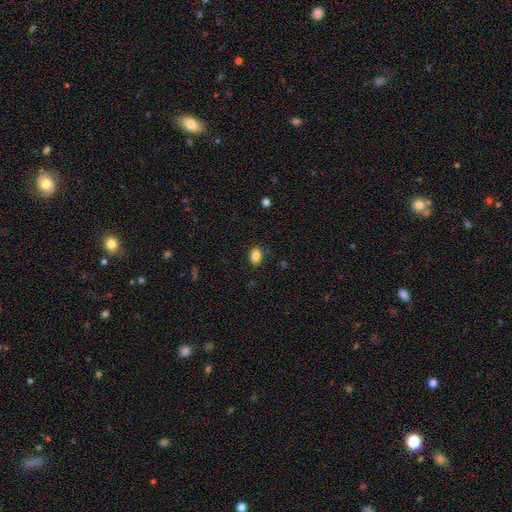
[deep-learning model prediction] A smooth galaxy with no disk features (86%) that is in between round and cigar-shaped (84%). Merging: none (84%).